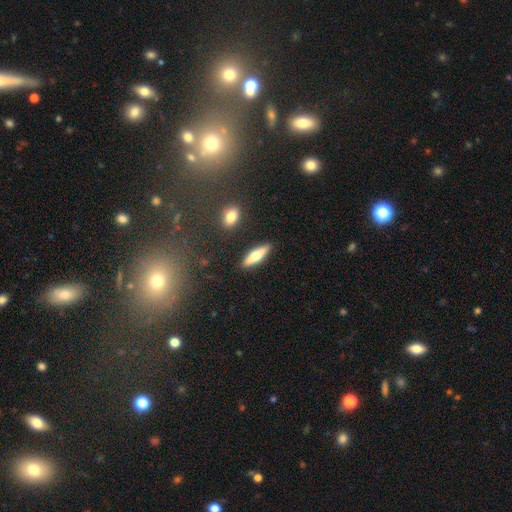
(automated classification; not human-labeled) This appears to be a smooth galaxy with no disk features (58%) that is cigar-shaped (63%). Merging: none (87%).